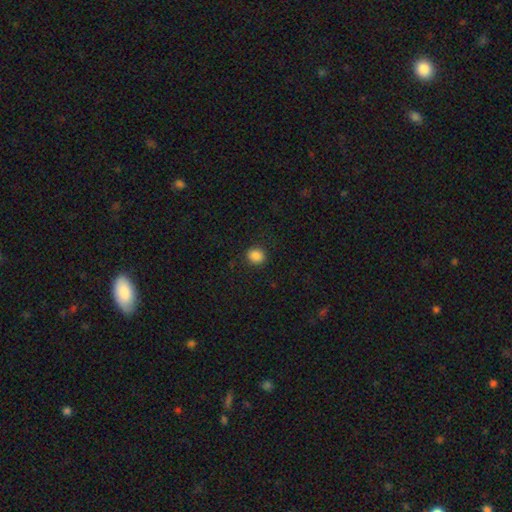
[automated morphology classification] smooth_or_featured: smooth (p=0.87) [alt: star or artifact p=0.10]
how_rounded: round (p=0.80) [alt: in between p=0.19]
merging: none (p=0.91) [alt: minor disturbance p=0.06]